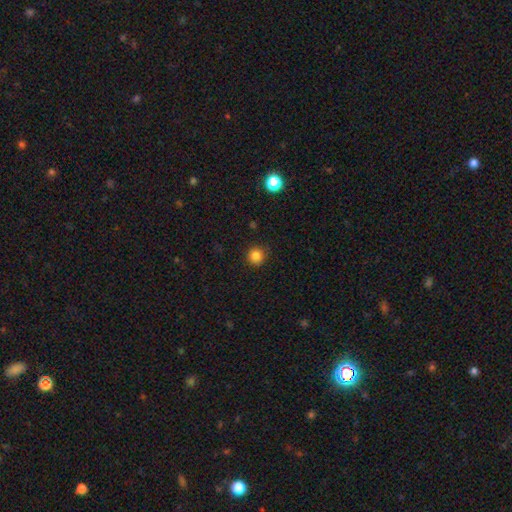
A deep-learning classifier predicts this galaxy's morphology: Smooth or featured?
  - smooth: 84% *
  - star or artifact: 12%
  - featured or disk: 4%
How rounded?
  - round: 94% *
  - in between: 5%
  - cigar-shaped: 1%
Merging?
  - none: 89% *
  - minor disturbance: 7%
  - major disturbance: 2%
  - merger: 1%